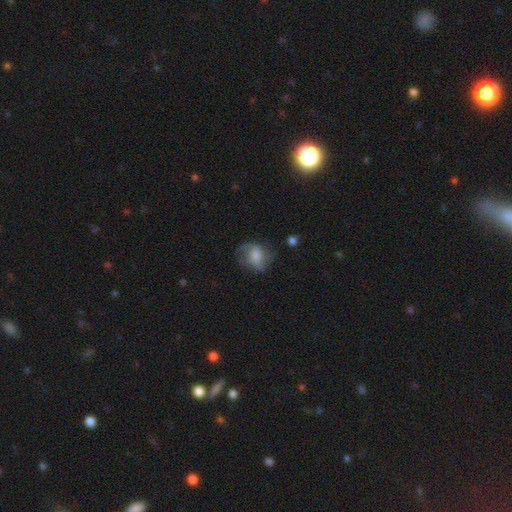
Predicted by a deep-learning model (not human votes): Overall: smooth (56%; featured or disk 34%). How rounded: round (54%; in between 45%). Merging: none (50%; minor disturbance 27%).